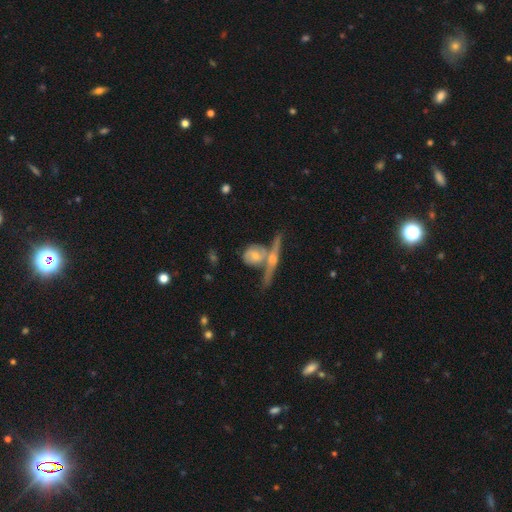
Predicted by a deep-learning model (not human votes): A featured or disk galaxy (60%) viewed edge-on (67%). Merging: none (48%).